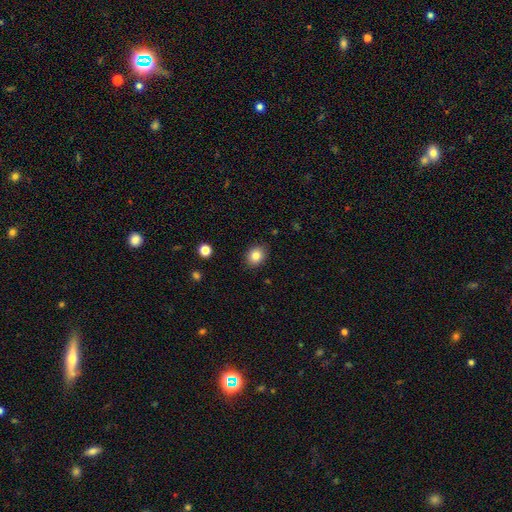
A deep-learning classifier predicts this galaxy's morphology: Smooth or featured?
  - smooth: 84% *
  - star or artifact: 10%
  - featured or disk: 7%
How rounded?
  - round: 50% *
  - in between: 49%
  - cigar-shaped: 1%
Merging?
  - none: 88% *
  - minor disturbance: 9%
  - major disturbance: 2%
  - merger: 1%